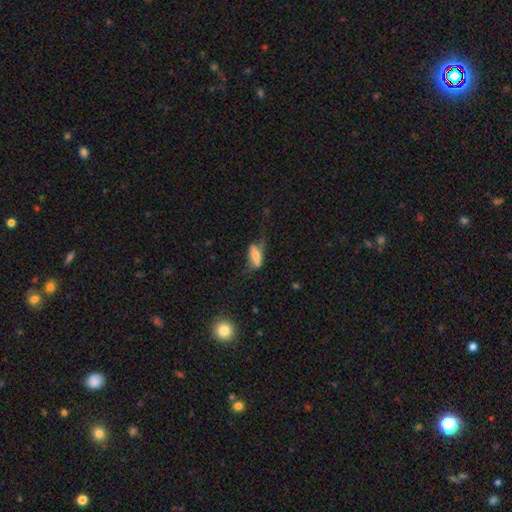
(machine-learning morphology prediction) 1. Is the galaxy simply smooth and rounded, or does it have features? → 62% smooth, 30% featured or disk, 8% star or artifact.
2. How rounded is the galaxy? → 76% in between, 20% cigar-shaped, 4% round.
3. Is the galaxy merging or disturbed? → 37% none, 31% major disturbance, 29% minor disturbance, 3% merger.